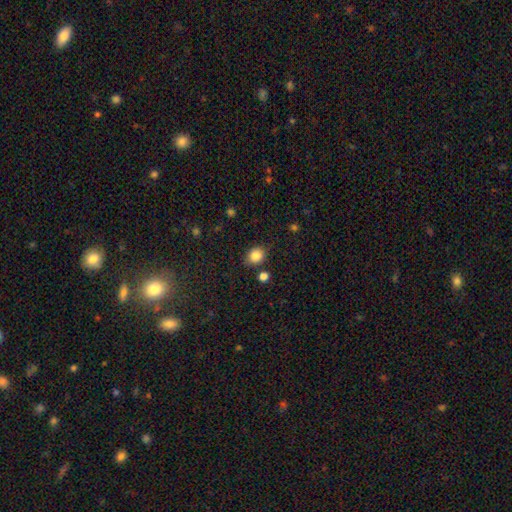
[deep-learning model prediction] A smooth galaxy with no disk features (85%) that is round (63%). Merging: none (79%).